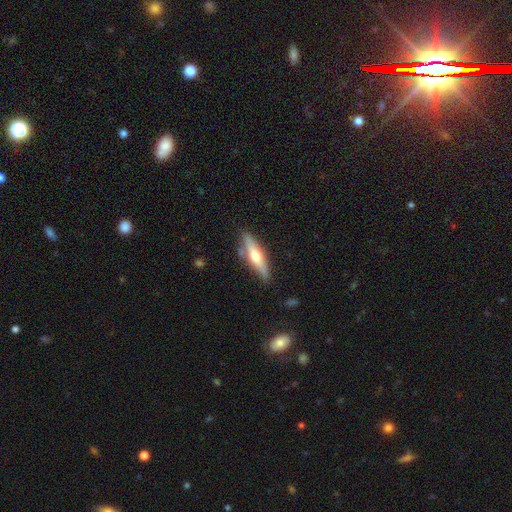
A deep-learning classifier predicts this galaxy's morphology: The model was most divided on "smooth or featured": featured or disk: 55%, smooth: 39%, star or artifact: 6%. More confident: edge-on disk — yes (91%); edge-on bulge — rounded (90%); merging — none (78%).